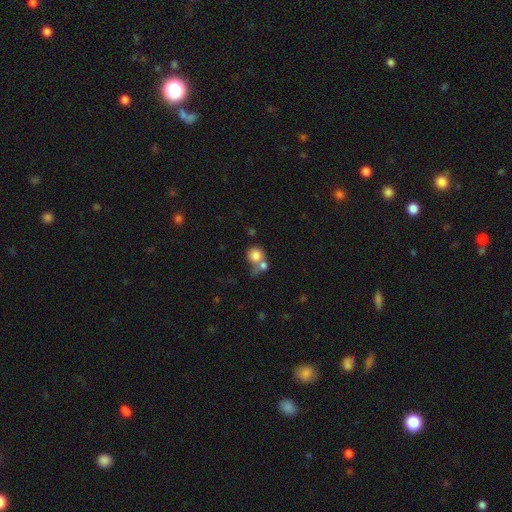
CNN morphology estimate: type=smooth (79%); roundness=round (84%); merging=merger (48%).